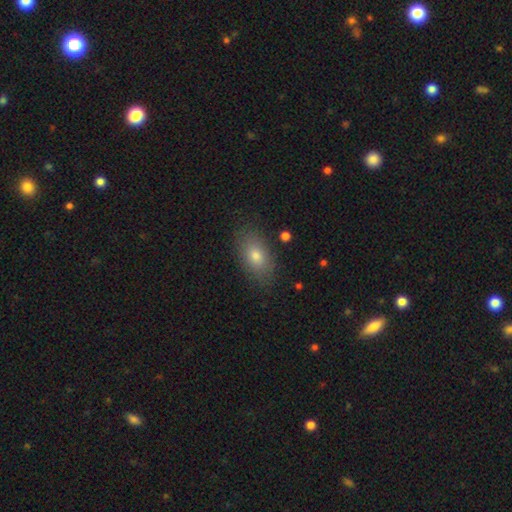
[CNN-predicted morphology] smooth-or-featured: smooth: 78% | featured or disk: 13% | star or artifact: 9%
  how-rounded: in between: 89% | round: 8% | cigar-shaped: 3%
  merging: none: 84% | minor disturbance: 11% | major disturbance: 3% | merger: 1%